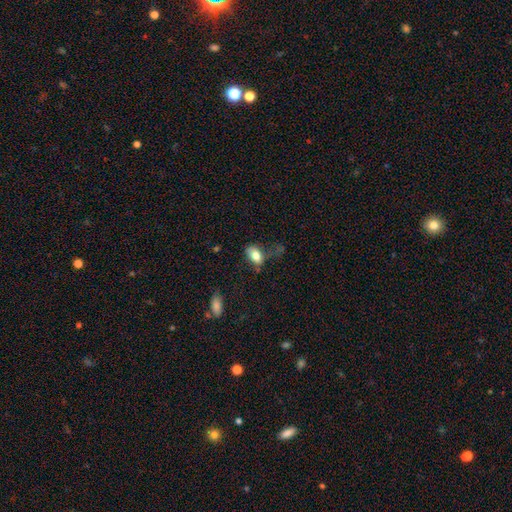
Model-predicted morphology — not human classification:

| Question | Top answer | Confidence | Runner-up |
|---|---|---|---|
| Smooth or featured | smooth | 79% | featured or disk (14%) |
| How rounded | in between | 87% | round (10%) |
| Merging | none | 36% | minor disturbance (31%) |